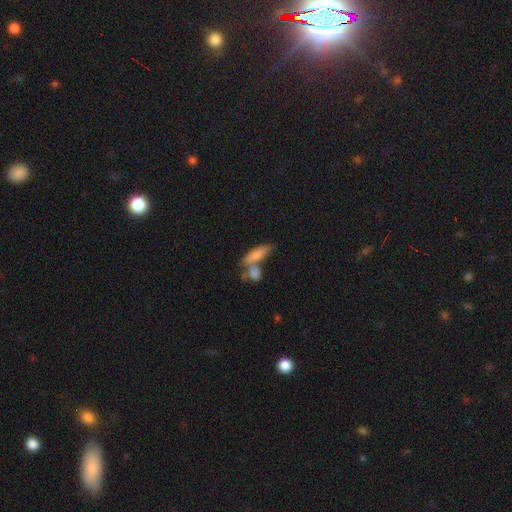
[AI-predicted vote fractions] Smooth or featured: smooth — 76% (featured or disk — 16%)
How rounded: in between — 53% (cigar-shaped — 42%)
Merging: merger — 47% (none — 37%)